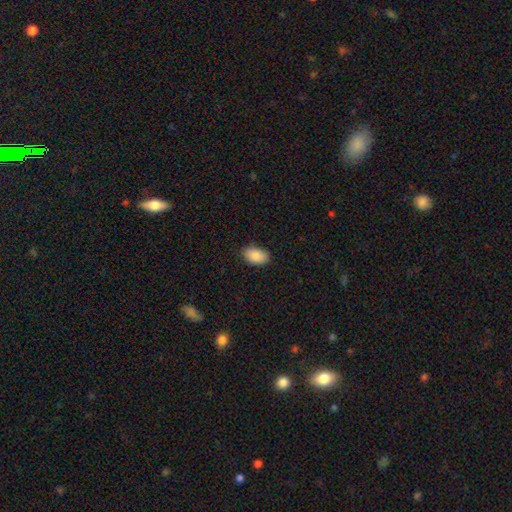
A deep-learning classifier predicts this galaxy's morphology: smooth 89%, star or artifact 7%, featured or disk 4%. Down the decision tree: how rounded — in between (92%); merging — none (83%).